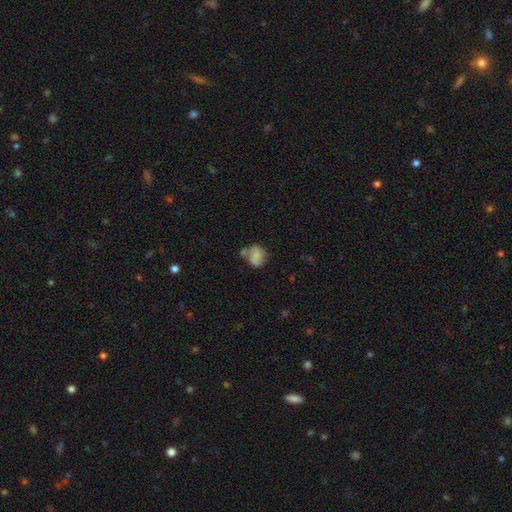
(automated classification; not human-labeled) The model was most divided on "merging": none: 45%, merger: 25%, minor disturbance: 21%, major disturbance: 9%. More confident: smooth or featured — smooth (75%); how rounded — round (63%).